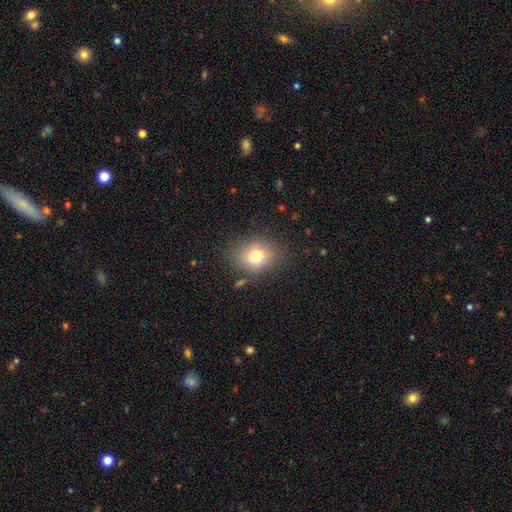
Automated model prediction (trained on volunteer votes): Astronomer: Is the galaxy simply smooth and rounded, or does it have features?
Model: smooth — 74%.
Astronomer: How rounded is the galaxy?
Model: round — 52% (runner-up: in between, 47%).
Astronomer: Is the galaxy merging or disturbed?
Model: none — 80%.